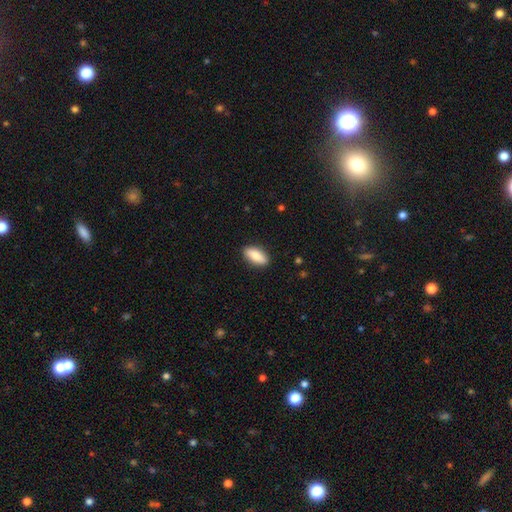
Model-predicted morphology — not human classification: Smooth or featured?
  - smooth: 83% *
  - featured or disk: 11%
  - star or artifact: 6%
How rounded?
  - in between: 84% *
  - cigar-shaped: 13%
  - round: 3%
Merging?
  - none: 88% *
  - minor disturbance: 9%
  - major disturbance: 2%
  - merger: 1%